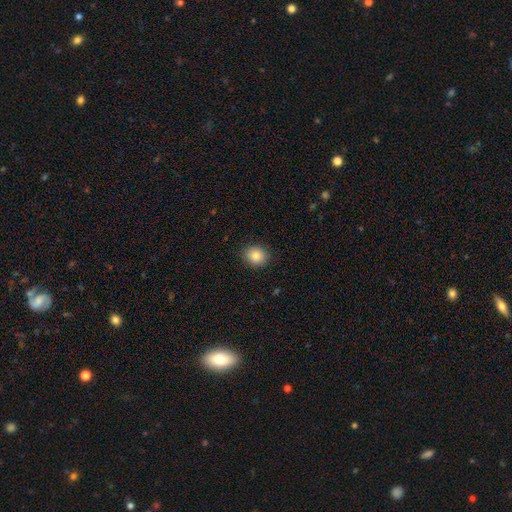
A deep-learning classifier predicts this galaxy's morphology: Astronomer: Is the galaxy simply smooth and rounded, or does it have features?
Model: smooth — 84%.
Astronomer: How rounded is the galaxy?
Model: round — 69%.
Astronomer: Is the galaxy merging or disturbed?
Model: none — 89%.